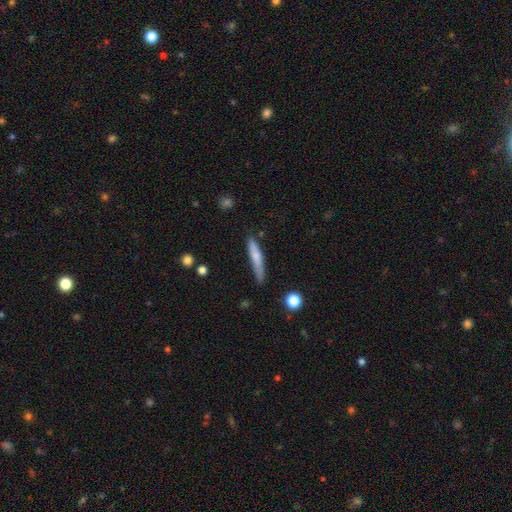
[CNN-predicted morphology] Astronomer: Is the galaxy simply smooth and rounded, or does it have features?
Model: smooth — 68%.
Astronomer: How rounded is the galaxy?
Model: cigar-shaped — 91%.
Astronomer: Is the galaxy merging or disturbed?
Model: none — 68%.